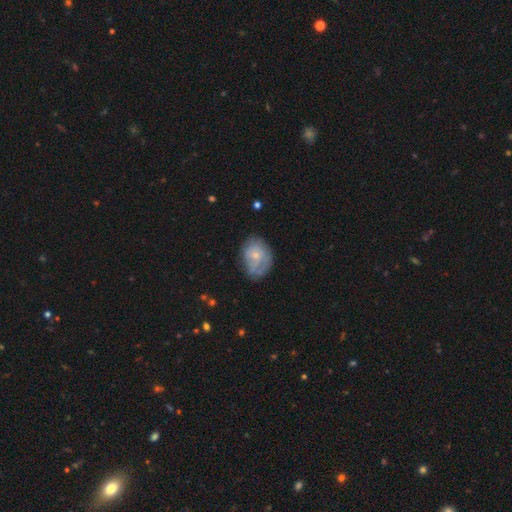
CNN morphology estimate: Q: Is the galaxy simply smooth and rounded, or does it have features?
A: smooth — 53%.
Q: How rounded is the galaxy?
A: in between — 63%.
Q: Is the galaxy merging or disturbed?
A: none — 53%.